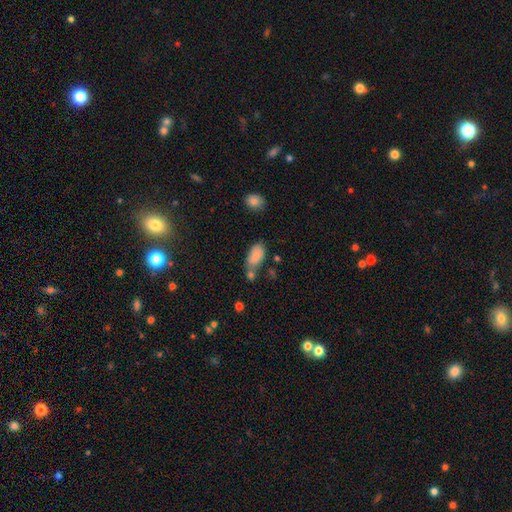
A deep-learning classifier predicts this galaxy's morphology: A smooth galaxy with no disk features (82%) that is in between round and cigar-shaped (92%).

Vote fractions:
- Smooth or featured? smooth: 82% / featured or disk: 9% / star or artifact: 8%
- How rounded? in between: 92% / round: 4% / cigar-shaped: 4%
- Merging? none: 46% / minor disturbance: 24% / merger: 23% / major disturbance: 8%